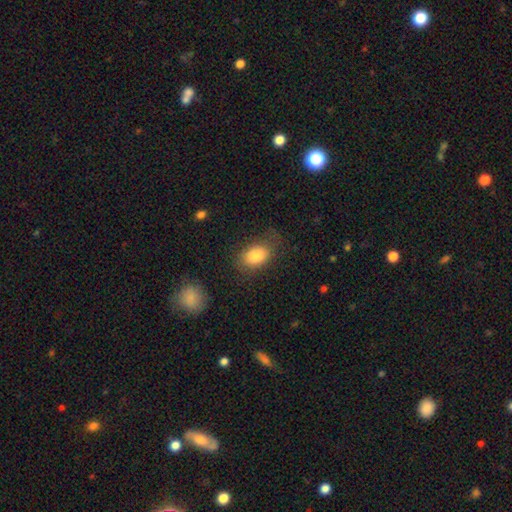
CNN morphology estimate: smooth_or_featured: smooth (p=0.82) [alt: featured or disk p=0.10]
how_rounded: in between (p=0.80) [alt: round p=0.18]
merging: none (p=0.70) [alt: minor disturbance p=0.20]